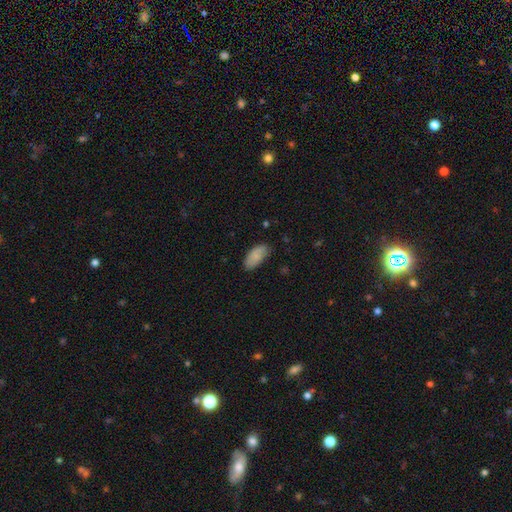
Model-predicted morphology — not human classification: Smooth or featured? Predicted: smooth (p=0.83). How rounded? Predicted: in between (p=0.92). Merging? Predicted: none (p=0.76).